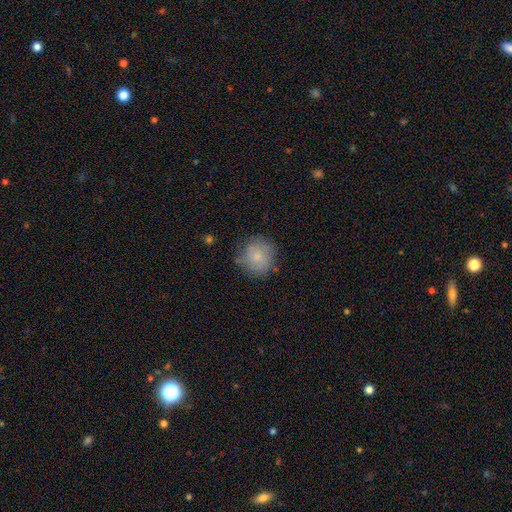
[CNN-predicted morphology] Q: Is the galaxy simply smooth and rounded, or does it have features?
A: smooth — 75%.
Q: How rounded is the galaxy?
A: round — 91%.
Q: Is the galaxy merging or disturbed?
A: none — 76%.